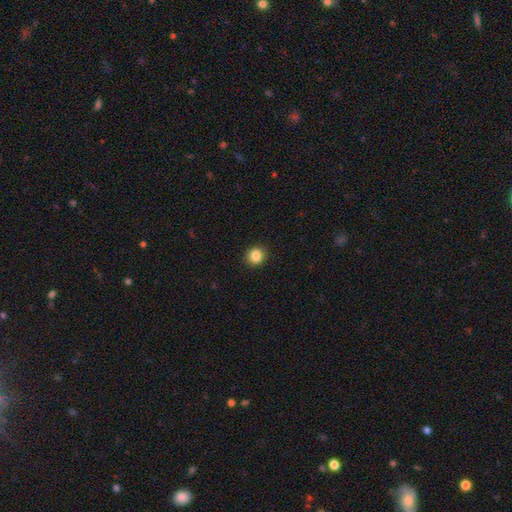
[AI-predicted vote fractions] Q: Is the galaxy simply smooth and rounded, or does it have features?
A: smooth — 86%.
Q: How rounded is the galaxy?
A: round — 86%.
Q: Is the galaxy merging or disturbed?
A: none — 91%.